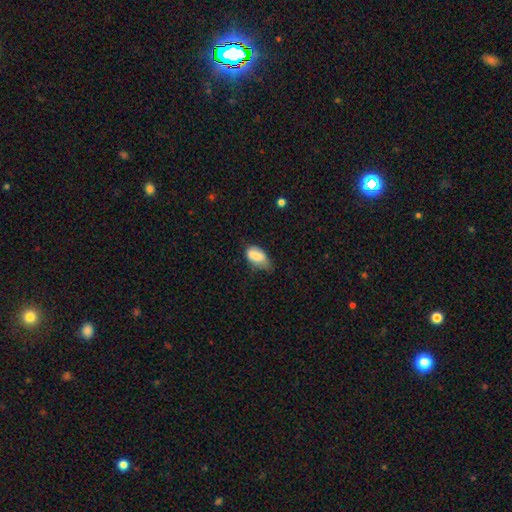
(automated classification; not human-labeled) Smooth or featured: smooth — 81% (featured or disk — 11%)
How rounded: in between — 91% (round — 6%)
Merging: minor disturbance — 46% (none — 36%)